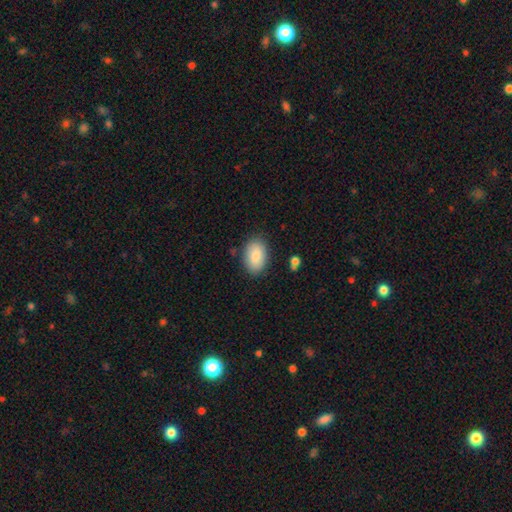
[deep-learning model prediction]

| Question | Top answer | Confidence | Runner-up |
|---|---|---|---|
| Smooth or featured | smooth | 86% | featured or disk (7%) |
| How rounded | in between | 90% | round (8%) |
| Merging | none | 84% | minor disturbance (12%) |